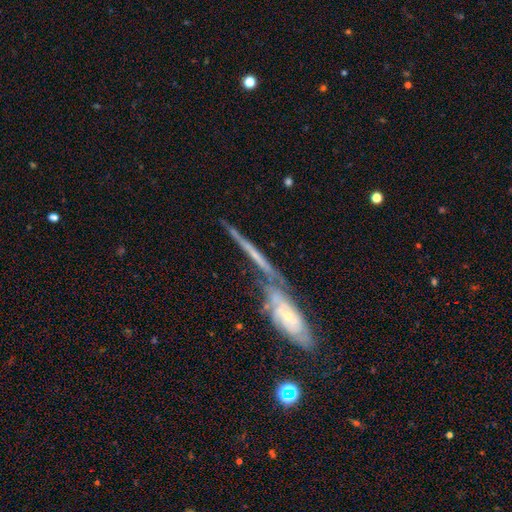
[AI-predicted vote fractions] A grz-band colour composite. It shows a featured or disk galaxy (72%) viewed edge-on (72%) with no central bulge (67%). Merging: merger (42%).